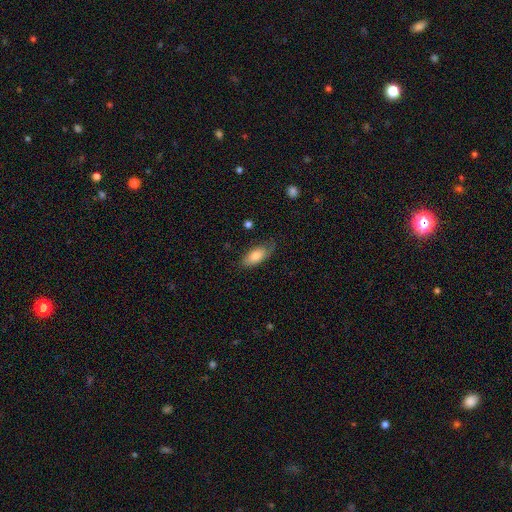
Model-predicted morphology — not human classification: type=smooth (79%); roundness=in between (88%); merging=none (69%).